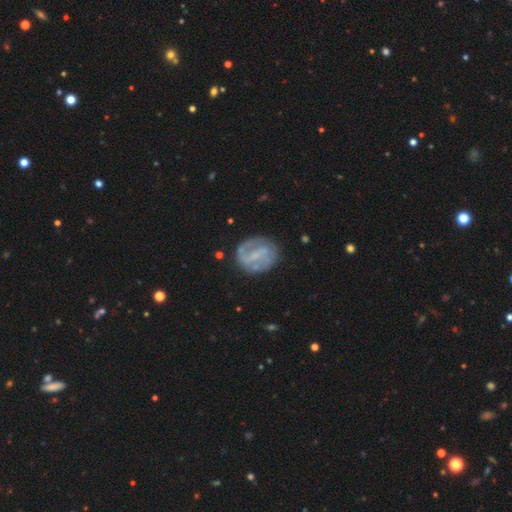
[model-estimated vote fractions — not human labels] Smooth or featured? Predicted: featured or disk (p=0.73). Edge-on disk? Predicted: no (p=0.97). Bar? Predicted: weak (p=0.45). Spiral arms? Predicted: yes (p=0.78). Spiral winding? Predicted: medium (p=0.41). Spiral arm count? Predicted: 2 (p=0.75). Bulge size? Predicted: small (p=0.44). Merging? Predicted: none (p=0.74).